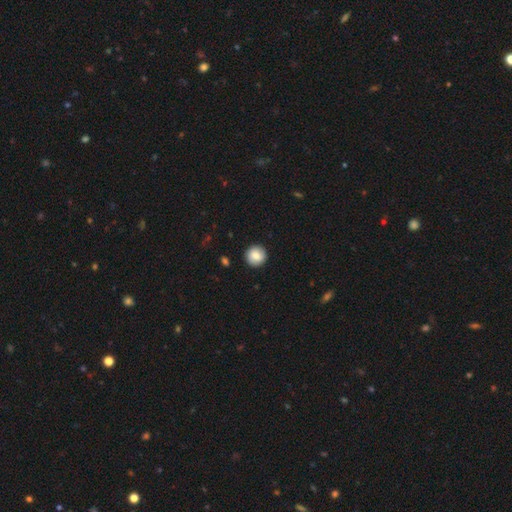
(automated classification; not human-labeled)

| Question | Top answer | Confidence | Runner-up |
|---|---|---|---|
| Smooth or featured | smooth | 79% | featured or disk (13%) |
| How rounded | round | 94% | in between (5%) |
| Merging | none | 91% | minor disturbance (6%) |